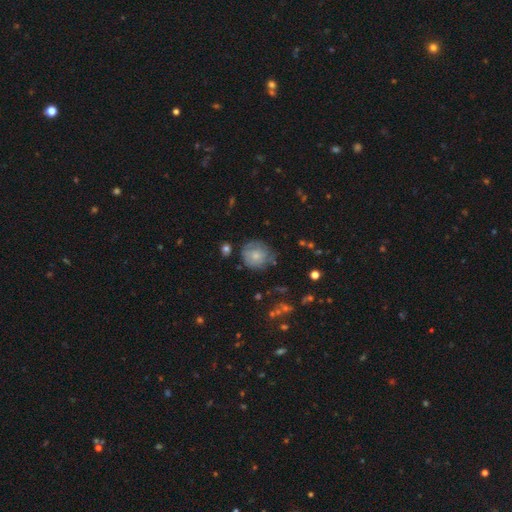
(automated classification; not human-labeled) Smooth or featured: smooth — 61% (featured or disk — 31%)
How rounded: round — 88% (in between — 11%)
Merging: none — 65% (minor disturbance — 24%)